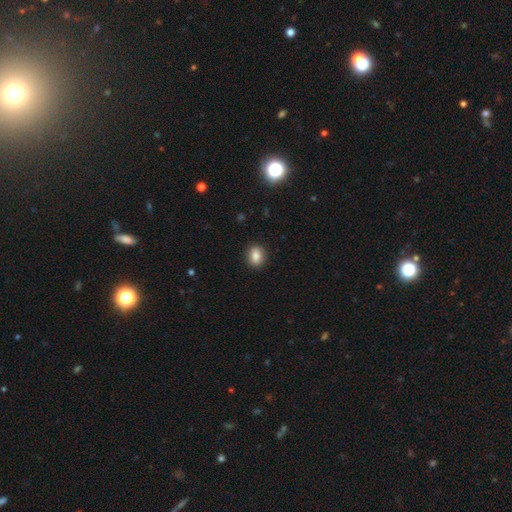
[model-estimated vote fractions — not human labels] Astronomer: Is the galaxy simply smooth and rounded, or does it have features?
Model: smooth — 84%.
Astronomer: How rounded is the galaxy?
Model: in between — 56% (runner-up: round, 43%).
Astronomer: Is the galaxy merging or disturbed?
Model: none — 90%.